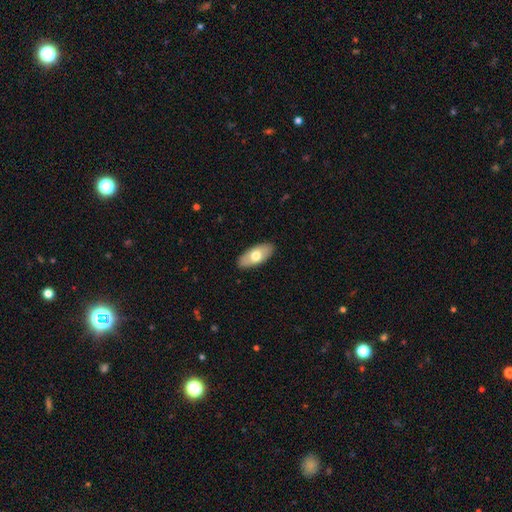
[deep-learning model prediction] Smooth or featured?
  - smooth: 67% *
  - featured or disk: 27%
  - star or artifact: 5%
How rounded?
  - in between: 90% *
  - cigar-shaped: 8%
  - round: 3%
Merging?
  - none: 89% *
  - minor disturbance: 8%
  - major disturbance: 2%
  - merger: 1%